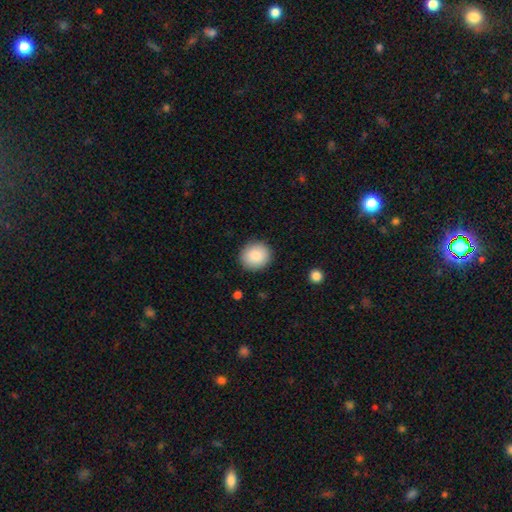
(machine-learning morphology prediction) The model was most divided on "how rounded": round: 85%, in between: 14%, cigar-shaped: 1%. More confident: merging — none (90%); smooth or featured — smooth (88%).